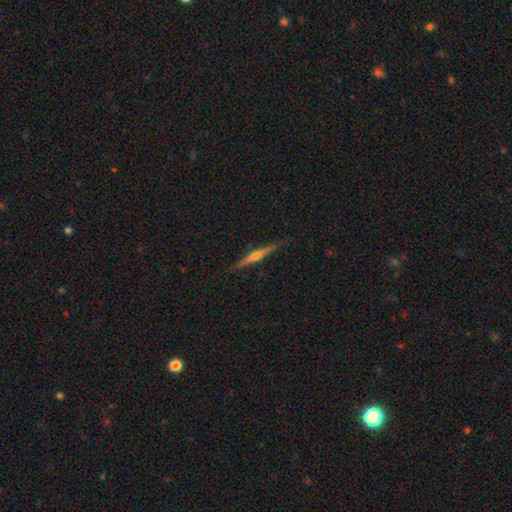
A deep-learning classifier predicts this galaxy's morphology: featured or disk 76%, smooth 18%, star or artifact 6%. Down the decision tree: edge-on disk — yes (98%); edge-on bulge — rounded (88%); merging — none (88%).